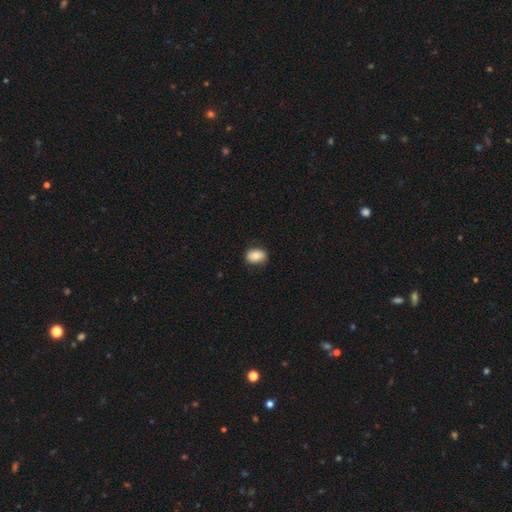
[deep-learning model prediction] A smooth galaxy with no disk features (82%) that is in between round and cigar-shaped (72%).

Vote fractions:
- Smooth or featured? smooth: 82% / featured or disk: 10% / star or artifact: 8%
- How rounded? in between: 72% / round: 27% / cigar-shaped: 1%
- Merging? none: 82% / minor disturbance: 14% / major disturbance: 3% / merger: 1%